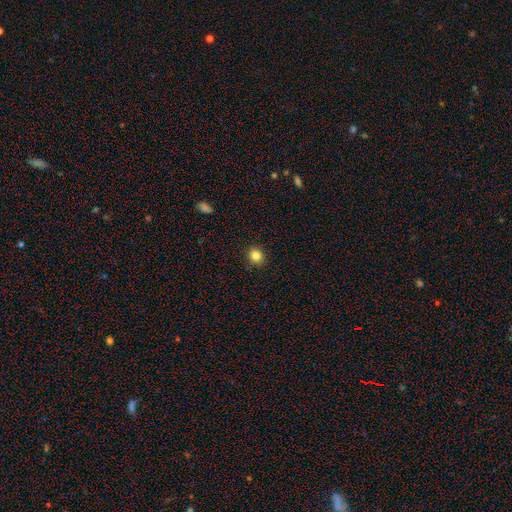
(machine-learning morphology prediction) A smooth galaxy with no disk features (84%) that is round (85%). Merging: none (91%).